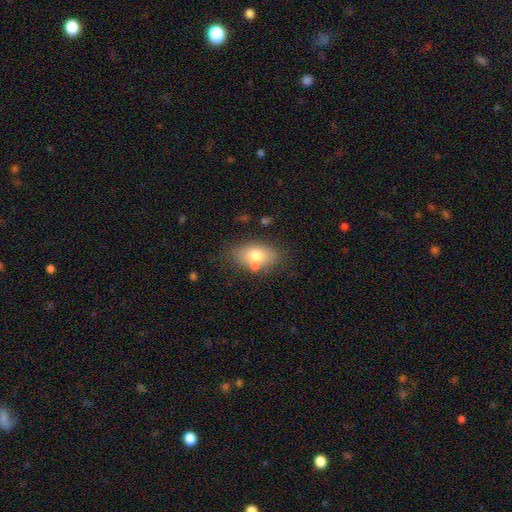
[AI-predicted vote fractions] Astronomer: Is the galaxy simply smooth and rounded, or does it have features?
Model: smooth — 72%.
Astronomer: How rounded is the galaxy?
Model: in between — 88%.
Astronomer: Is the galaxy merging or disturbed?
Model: none — 68%.